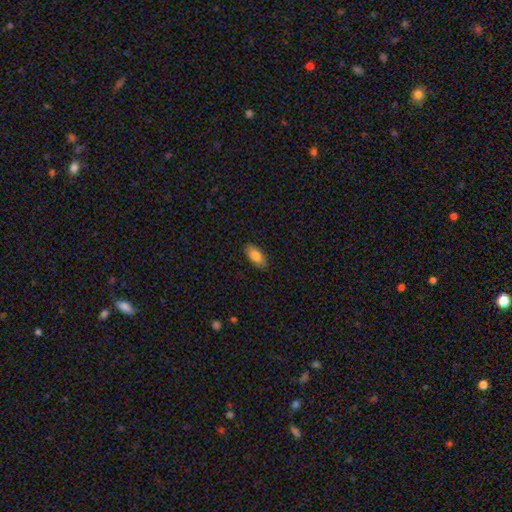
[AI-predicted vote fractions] smooth 81%, featured or disk 13%, star or artifact 7%. Down the decision tree: how rounded — in between (89%); merging — none (88%).